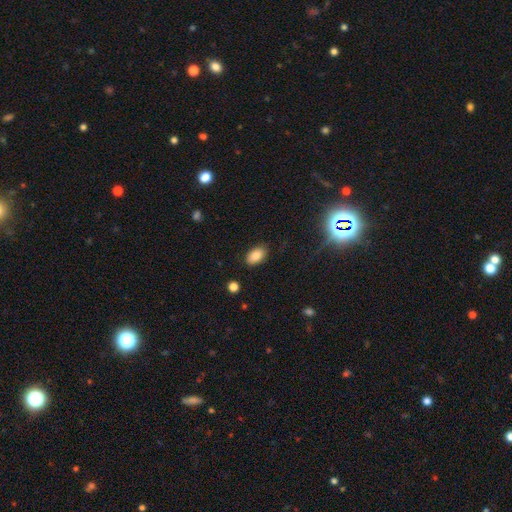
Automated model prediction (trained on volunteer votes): This appears to be a smooth galaxy with no disk features (86%) that is in between round and cigar-shaped (91%). Merging: none (85%).